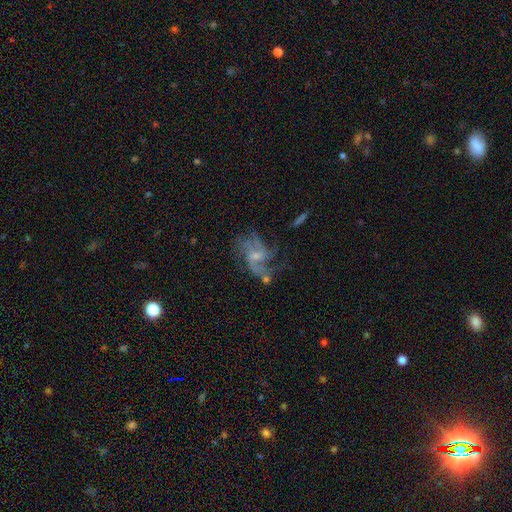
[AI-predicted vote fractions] This appears to be a featured or disk galaxy (78%) with no bar (45%, tied with weak), 2 (26%) loose (48%) spiral arms (85%) and a small central bulge (53%). Merging: none (45%).